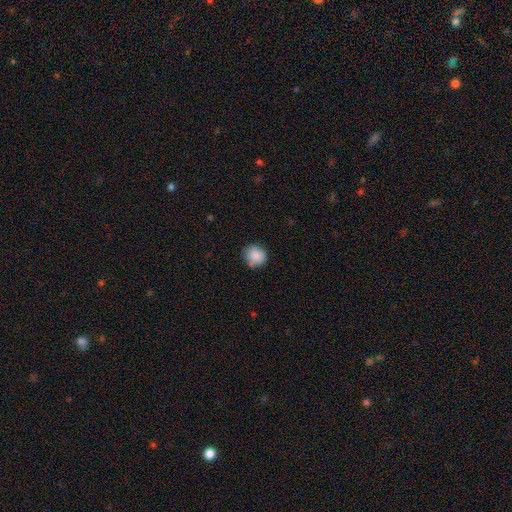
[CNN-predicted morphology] A smooth galaxy with no disk features (87%) that is round (85%). Merging: none (79%).